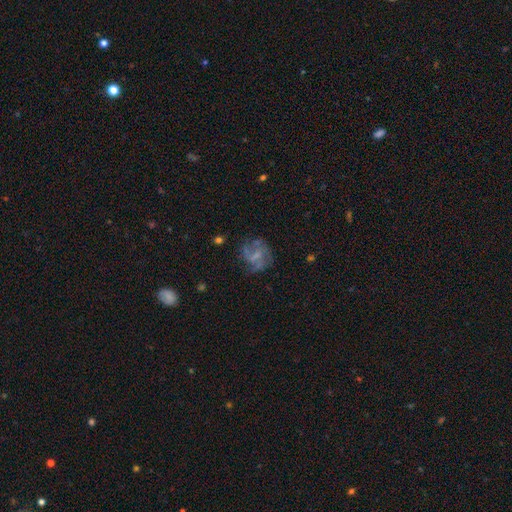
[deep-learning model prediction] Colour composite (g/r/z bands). It shows a featured or disk galaxy (58%) with no bar (53%), spiral arms (57%) and no central bulge (43%). Merging: none (48%).